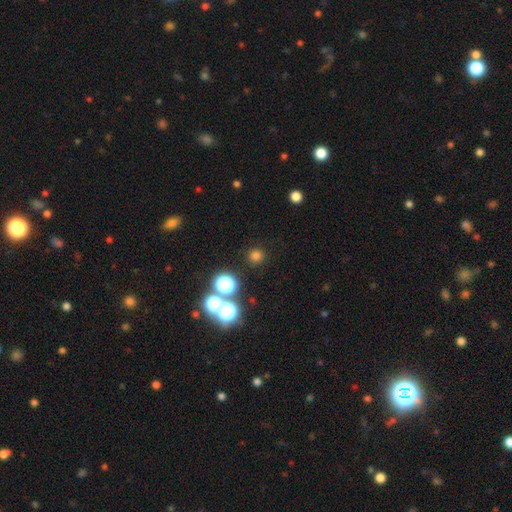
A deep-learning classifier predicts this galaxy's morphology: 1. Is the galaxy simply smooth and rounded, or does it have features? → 69% smooth, 25% star or artifact, 6% featured or disk.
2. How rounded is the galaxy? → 94% round, 5% in between, 1% cigar-shaped.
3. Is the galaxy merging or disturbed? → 86% none, 6% minor disturbance, 5% merger, 3% major disturbance.